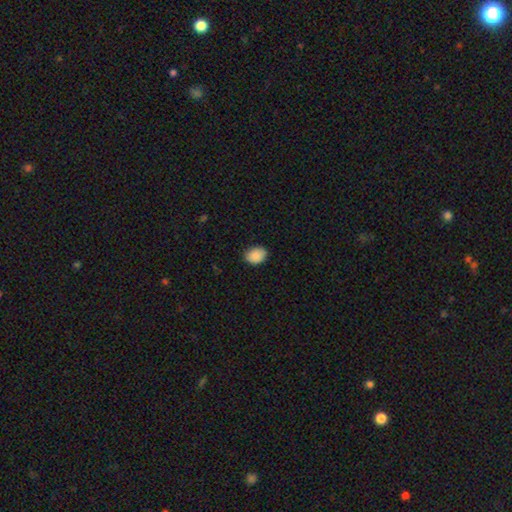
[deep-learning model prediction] Smooth or featured: smooth — 89% (star or artifact — 8%)
How rounded: in between — 68% (round — 31%)
Merging: none — 84% (minor disturbance — 13%)